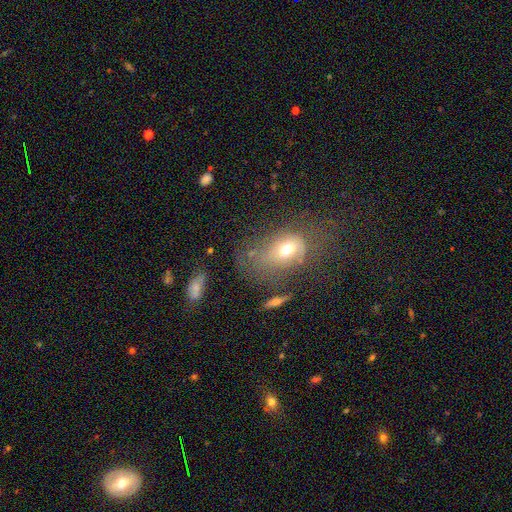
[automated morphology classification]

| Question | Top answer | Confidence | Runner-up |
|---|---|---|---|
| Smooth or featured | smooth | 55% | featured or disk (28%) |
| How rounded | in between | 72% | round (25%) |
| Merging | none | 41% | major disturbance (28%) |